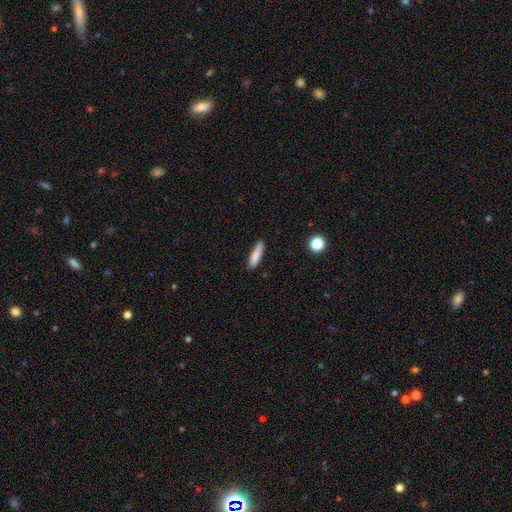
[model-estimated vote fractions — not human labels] Q: Smooth or featured?
A: smooth (82%); runner-up: featured or disk (11%)
Q: How rounded?
A: cigar-shaped (79%); runner-up: in between (19%)
Q: Merging?
A: none (83%); runner-up: minor disturbance (13%)